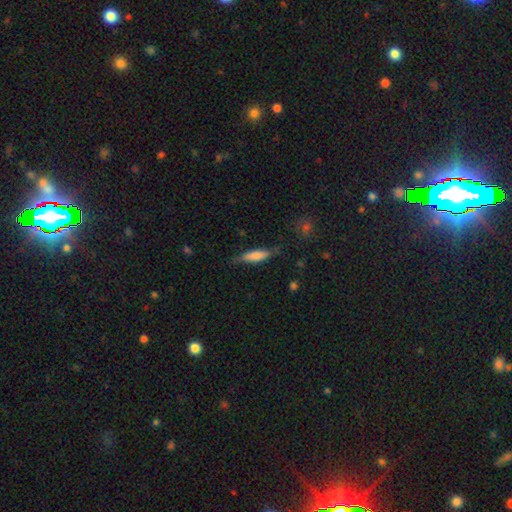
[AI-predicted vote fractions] Smooth or featured?
  - smooth: 67% *
  - featured or disk: 26%
  - star or artifact: 6%
How rounded?
  - cigar-shaped: 62% *
  - in between: 36%
  - round: 2%
Merging?
  - none: 68% *
  - minor disturbance: 24%
  - major disturbance: 7%
  - merger: 2%